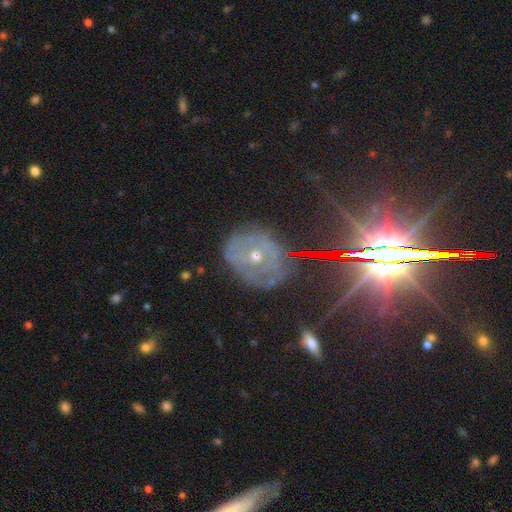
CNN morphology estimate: Smooth or featured: featured or disk — 59% (star or artifact — 23%)
Edge-on disk: no — 92% (yes — 8%)
Bar: no — 65% (weak — 24%)
Spiral arms: yes — 58% (no — 42%)
Bulge size: small — 57% (moderate — 40%)
Merging: none — 73% (minor disturbance — 17%)